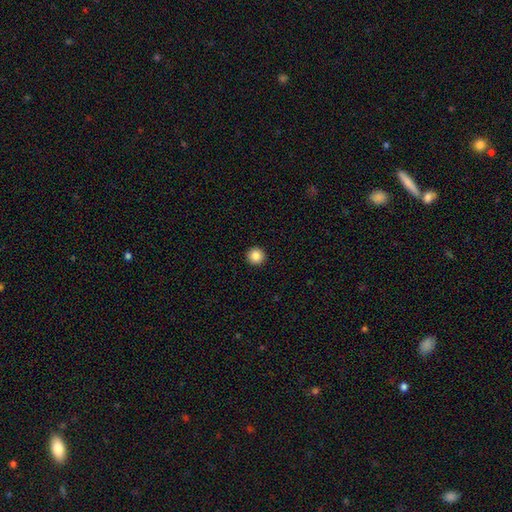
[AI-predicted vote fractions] Q: Smooth or featured?
A: smooth (85%); runner-up: star or artifact (10%)
Q: How rounded?
A: round (96%); runner-up: in between (3%)
Q: Merging?
A: none (94%); runner-up: minor disturbance (4%)